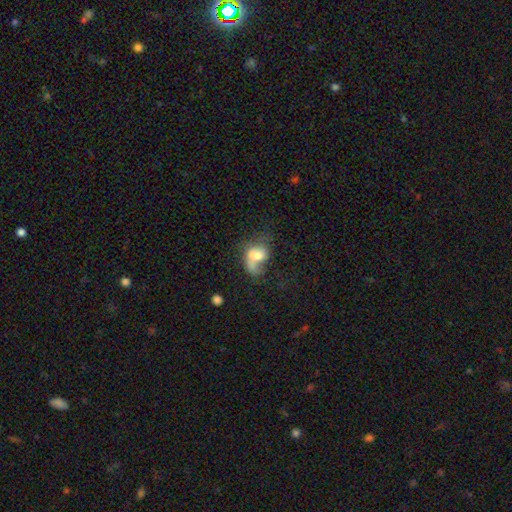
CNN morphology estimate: Smooth or featured?
  - smooth: 55% *
  - featured or disk: 34%
  - star or artifact: 11%
How rounded?
  - in between: 77% *
  - round: 21%
  - cigar-shaped: 2%
Merging?
  - major disturbance: 36% *
  - merger: 28%
  - none: 20%
  - minor disturbance: 16%